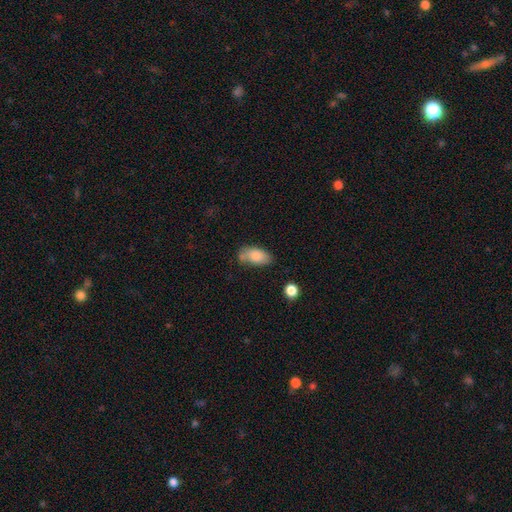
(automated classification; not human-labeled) This is clearly a smooth galaxy (82%). How rounded: clearly in between (92%). Merging: possibly none (56%).